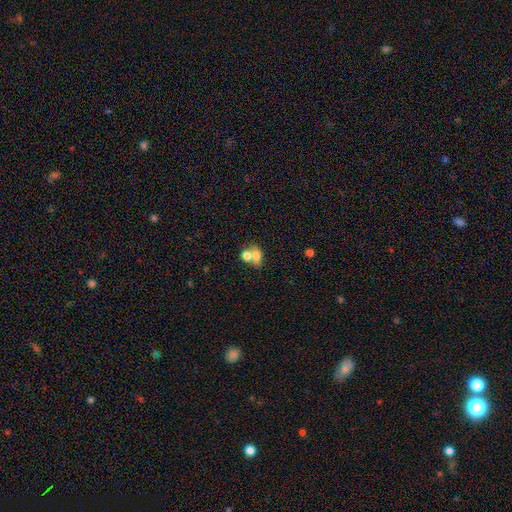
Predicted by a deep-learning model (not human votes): This is likely a smooth galaxy (70%). How rounded: likely in between (64%). Merging: possibly merger (54%).